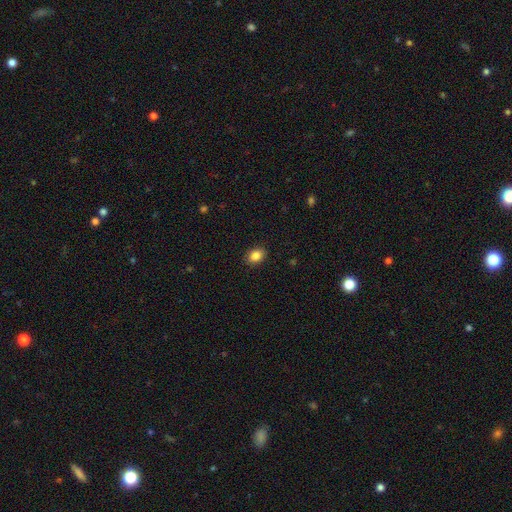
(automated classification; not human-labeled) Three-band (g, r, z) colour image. It shows a smooth galaxy with no disk features (86%) that is in between round and cigar-shaped (71%). Merging: none (90%).